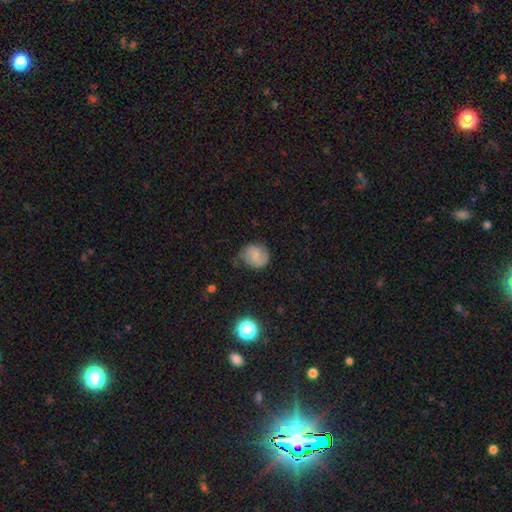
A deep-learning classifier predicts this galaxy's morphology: The model was most divided on "smooth or featured": smooth: 63%, featured or disk: 27%, star or artifact: 10%. More confident: how rounded — round (76%); merging — none (65%).